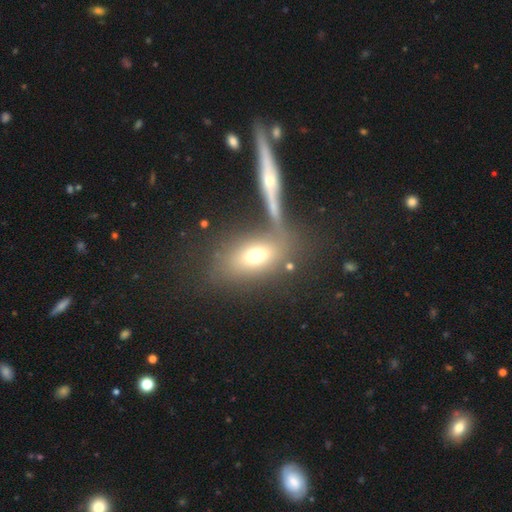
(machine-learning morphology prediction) Smooth or featured: smooth — 64% (featured or disk — 24%)
How rounded: in between — 78% (round — 15%)
Merging: none — 57% (merger — 23%)